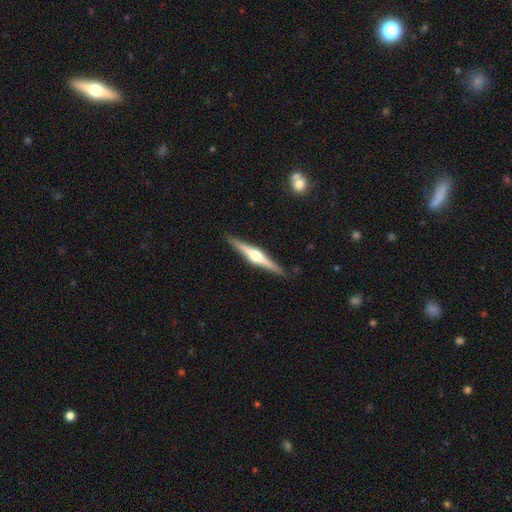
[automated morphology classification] featured or disk 79%, smooth 17%, star or artifact 5%. Down the decision tree: edge-on disk — yes (98%); edge-on bulge — rounded (93%); merging — none (91%).